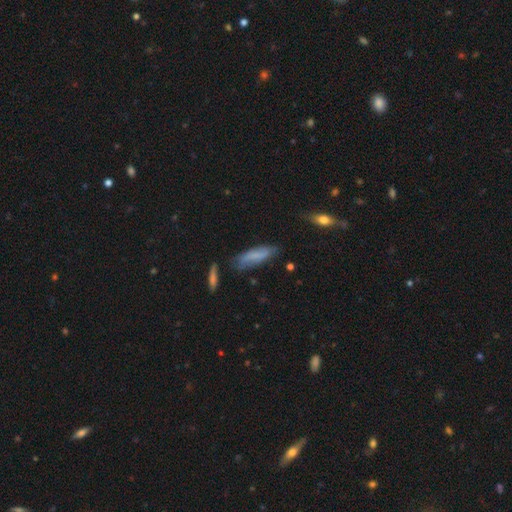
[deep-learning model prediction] smooth-or-featured: smooth: 68% | featured or disk: 24% | star or artifact: 8%
  how-rounded: cigar-shaped: 56% | in between: 42% | round: 2%
  merging: none: 62% | minor disturbance: 26% | major disturbance: 7% | merger: 5%